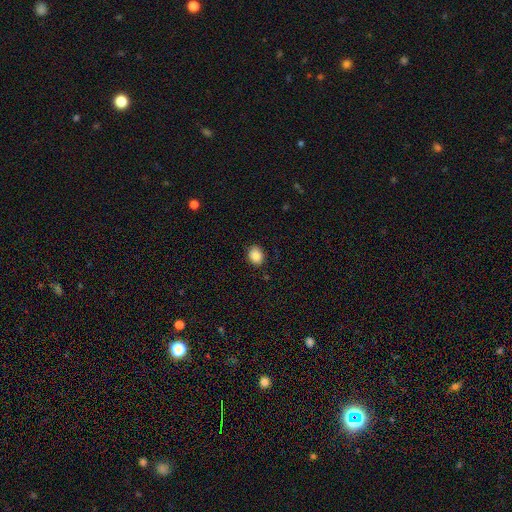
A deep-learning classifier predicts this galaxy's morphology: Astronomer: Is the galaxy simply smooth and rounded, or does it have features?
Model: smooth — 87%.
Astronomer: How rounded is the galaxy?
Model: in between — 52% (runner-up: round, 47%).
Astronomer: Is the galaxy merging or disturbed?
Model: none — 88%.